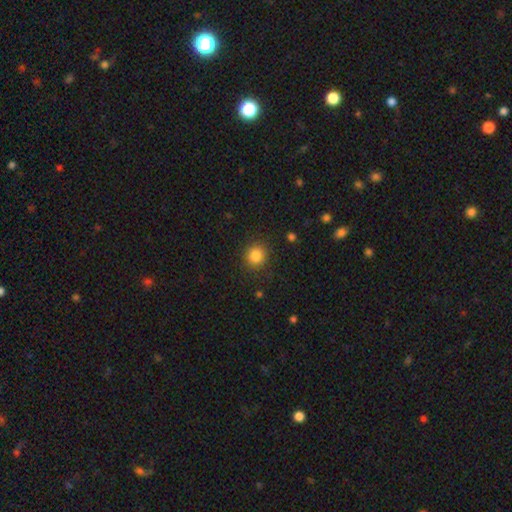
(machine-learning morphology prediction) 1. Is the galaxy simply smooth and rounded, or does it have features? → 84% smooth, 11% star or artifact, 5% featured or disk.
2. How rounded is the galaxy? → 89% round, 11% in between, 1% cigar-shaped.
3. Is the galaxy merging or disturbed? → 88% none, 8% minor disturbance, 3% major disturbance, 1% merger.